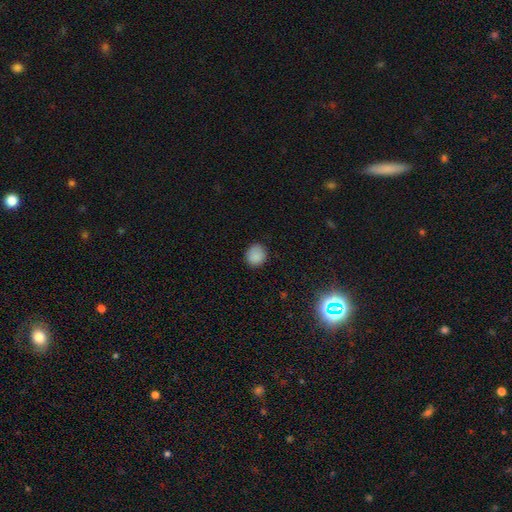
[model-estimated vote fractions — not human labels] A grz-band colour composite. It shows a smooth galaxy with no disk features (86%) that is round (81%). Merging: none (85%).